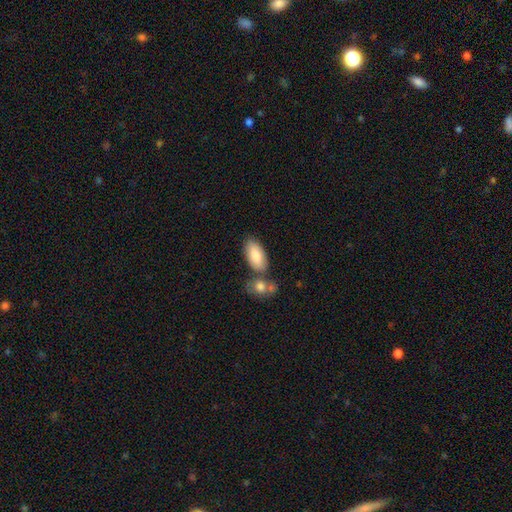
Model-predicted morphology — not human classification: Smooth or featured: smooth — 84% (featured or disk — 11%)
How rounded: in between — 92% (cigar-shaped — 6%)
Merging: none — 61% (merger — 21%)